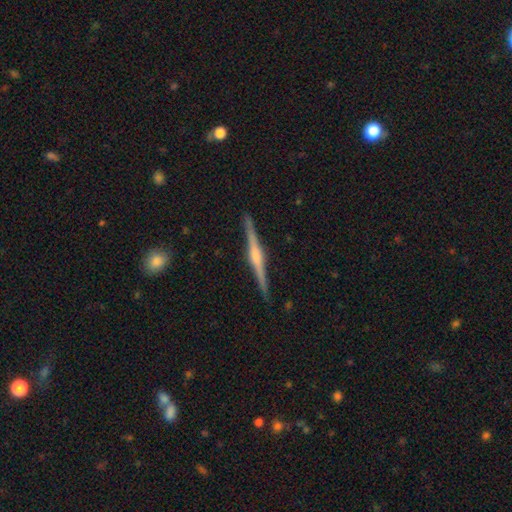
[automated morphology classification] Q: Smooth or featured?
A: featured or disk (83%); runner-up: smooth (12%)
Q: Edge-on disk?
A: yes (99%); runner-up: no (1%)
Q: Edge-on bulge?
A: rounded (80%); runner-up: boxy (13%)
Q: Merging?
A: none (92%); runner-up: minor disturbance (6%)